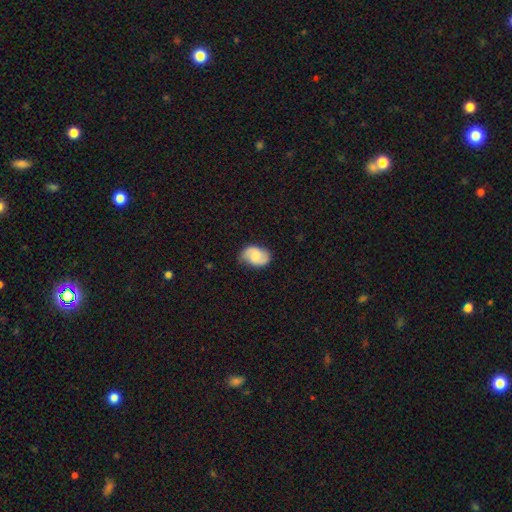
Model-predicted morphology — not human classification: Smooth or featured? Predicted: featured or disk (p=0.55). Edge-on disk? Predicted: no (p=0.98). Bar? Predicted: no (p=0.45, tied with weak). Spiral arms? Predicted: yes (p=0.92). Bulge size? Predicted: small (p=0.36). Merging? Predicted: none (p=0.77).